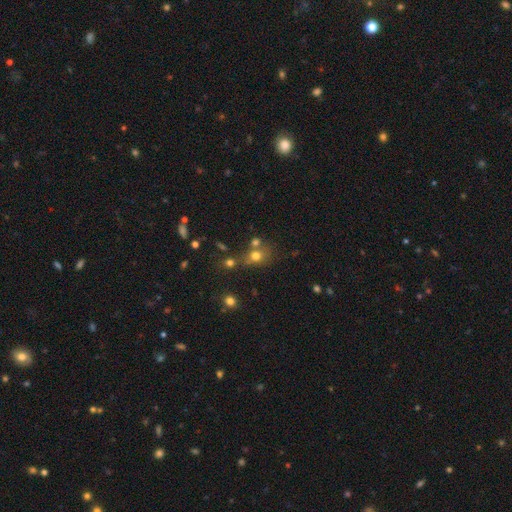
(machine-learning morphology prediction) This appears to be a smooth galaxy with no disk features (71%) that is round (70%). Merging: none (48%).